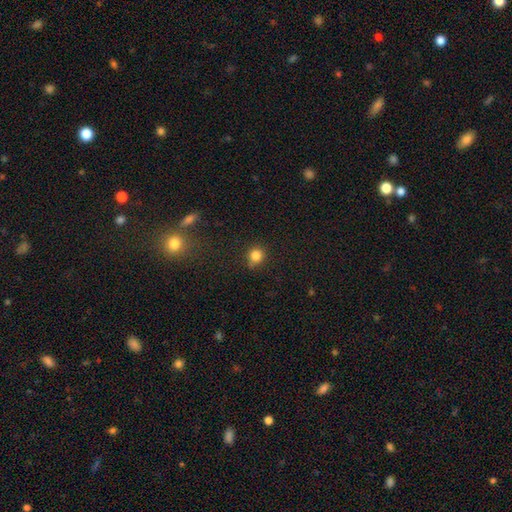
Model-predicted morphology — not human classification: smooth_or_featured: smooth (p=0.83) [alt: star or artifact p=0.12]
how_rounded: round (p=0.87) [alt: in between p=0.12]
merging: none (p=0.75) [alt: minor disturbance p=0.17]